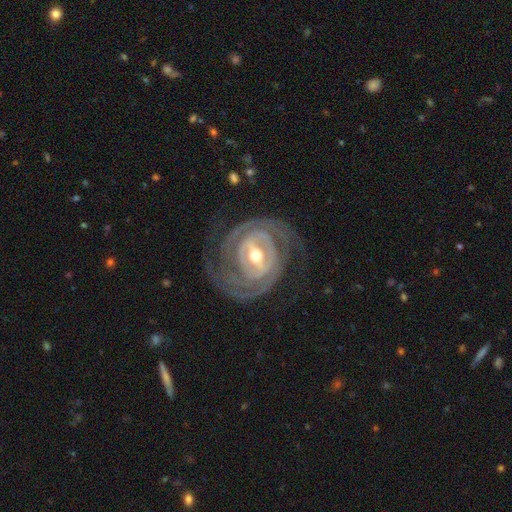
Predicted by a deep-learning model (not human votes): Smooth or featured: featured or disk — 91% (smooth — 5%)
Edge-on disk: no — 97% (yes — 3%)
Bar: strong — 52% (weak — 35%)
Spiral arms: yes — 93% (no — 7%)
Spiral winding: tight — 70% (medium — 23%)
Spiral arm count: 2 — 52% (can't tell — 18%)
Bulge size: moderate — 67% (small — 27%)
Merging: none — 73% (minor disturbance — 14%)